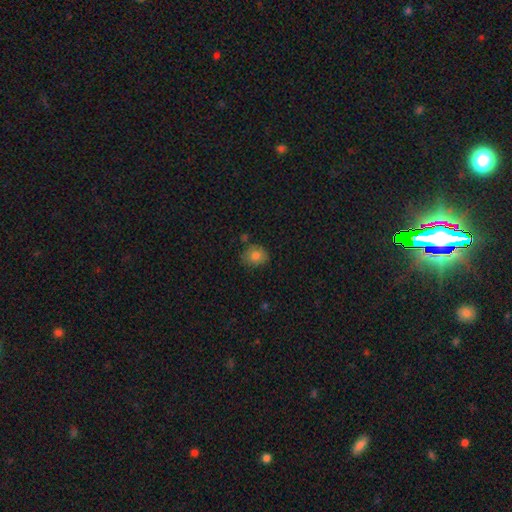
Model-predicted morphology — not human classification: A smooth galaxy with no disk features (80%) that is round (59%). Merging: none (69%).